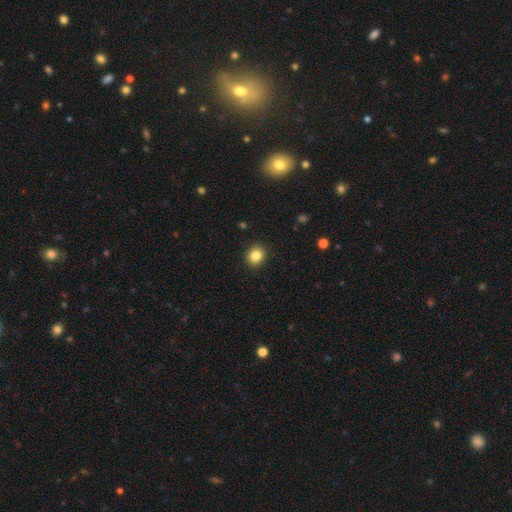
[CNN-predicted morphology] Smooth or featured? Predicted: smooth (p=0.85). How rounded? Predicted: round (p=0.76). Merging? Predicted: none (p=0.91).